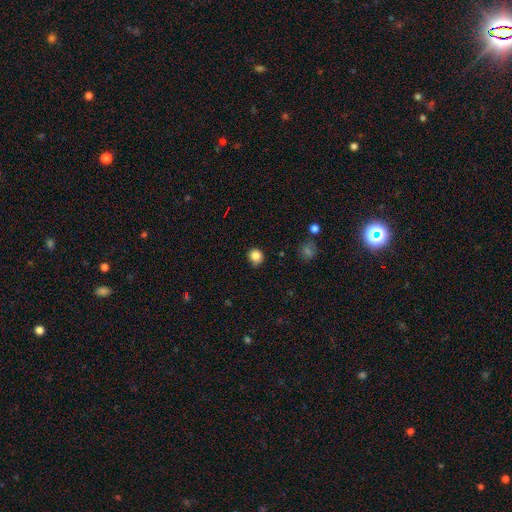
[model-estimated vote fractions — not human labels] smooth_or_featured: smooth (p=0.84) [alt: star or artifact p=0.11]
how_rounded: round (p=0.87) [alt: in between p=0.12]
merging: none (p=0.82) [alt: minor disturbance p=0.14]